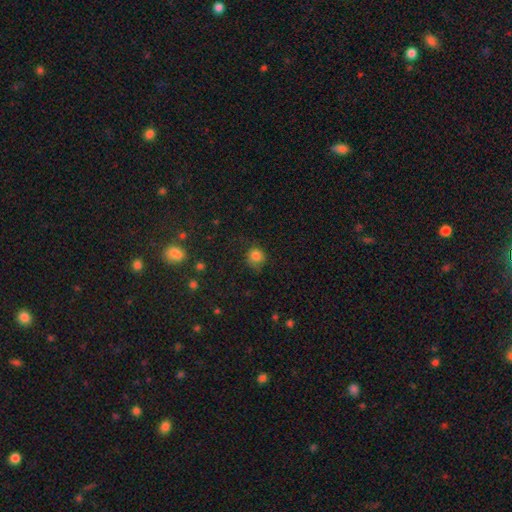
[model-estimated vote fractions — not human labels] Overall: smooth (81%). How rounded: round (83%). Merging: none (66%).